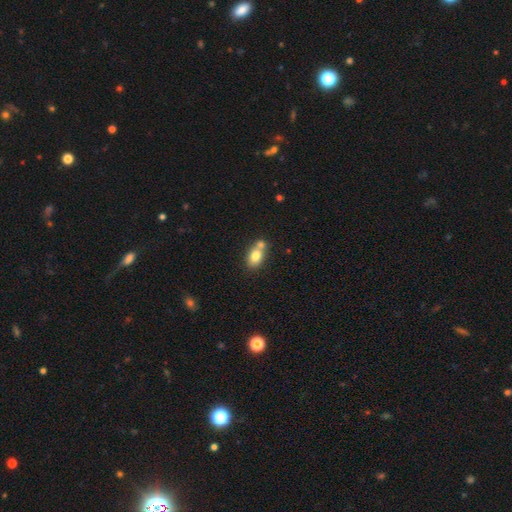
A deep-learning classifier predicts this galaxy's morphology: Smooth or featured? smooth (77%)
How rounded? in between (76%)
Merging? merger (44%)